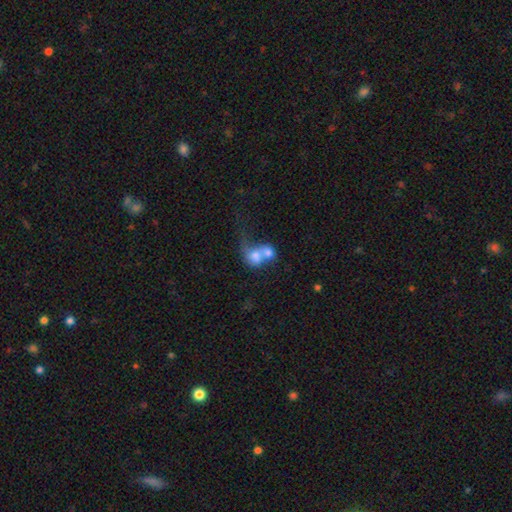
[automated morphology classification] A smooth galaxy with no disk features (63%) that is round (50%).

Vote fractions:
- Smooth or featured? smooth: 63% / featured or disk: 27% / star or artifact: 9%
- How rounded? round: 50% / in between: 49% / cigar-shaped: 2%
- Merging? merger: 77% / none: 9% / major disturbance: 9% / minor disturbance: 5%